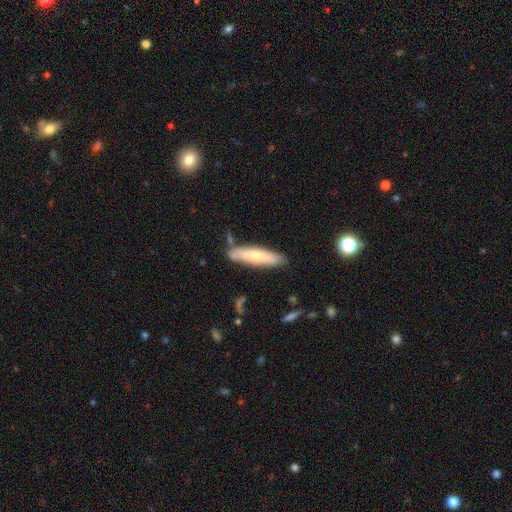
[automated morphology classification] Smooth or featured: smooth — 65% (featured or disk — 30%)
How rounded: cigar-shaped — 80% (in between — 19%)
Merging: none — 78% (minor disturbance — 14%)